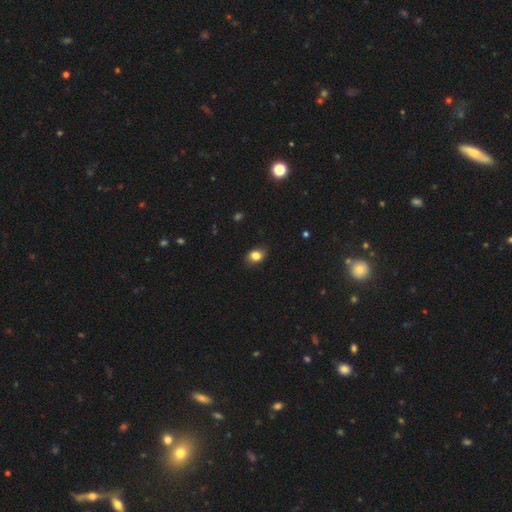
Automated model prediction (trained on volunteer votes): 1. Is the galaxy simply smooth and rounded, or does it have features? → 83% smooth, 9% star or artifact, 8% featured or disk.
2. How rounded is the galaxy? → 63% in between, 36% round, 1% cigar-shaped.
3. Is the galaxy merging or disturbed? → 80% none, 16% minor disturbance, 3% major disturbance, 1% merger.